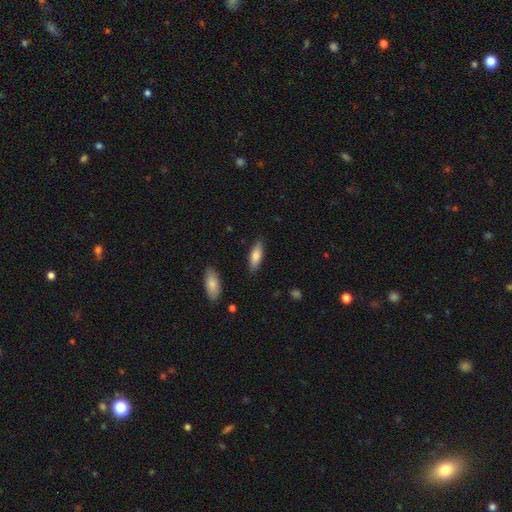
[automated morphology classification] type=smooth (73%); roundness=in between (57%); merging=none (84%).